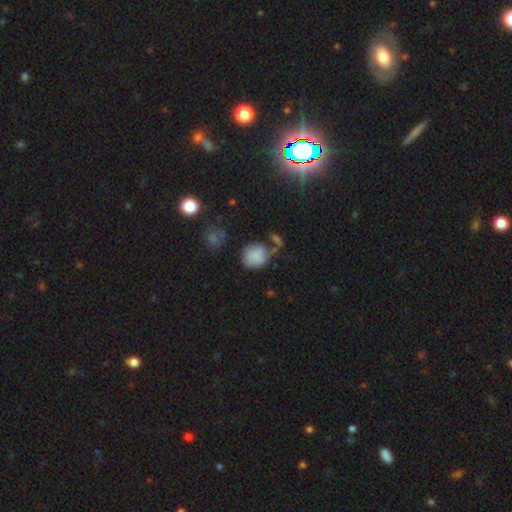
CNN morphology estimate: smooth-or-featured: smooth: 77% | featured or disk: 14% | star or artifact: 9%
  how-rounded: round: 75% | in between: 23% | cigar-shaped: 1%
  merging: none: 39% | minor disturbance: 24% | major disturbance: 21% | merger: 16%